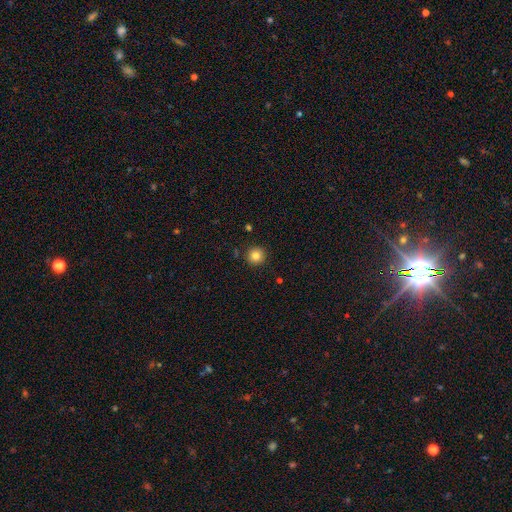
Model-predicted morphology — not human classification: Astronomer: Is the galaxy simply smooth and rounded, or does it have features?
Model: smooth — 82%.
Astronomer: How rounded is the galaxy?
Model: round — 95%.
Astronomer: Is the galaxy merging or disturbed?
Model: none — 91%.